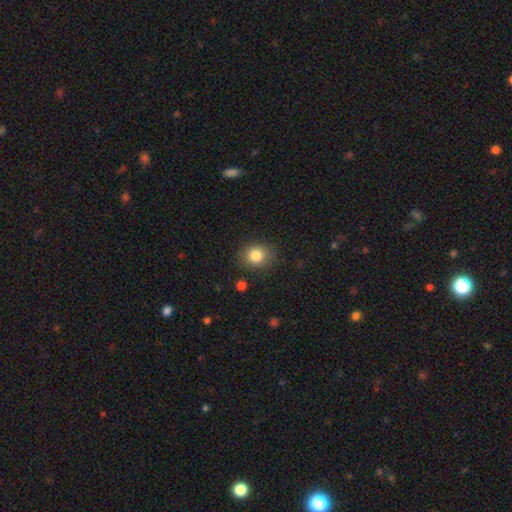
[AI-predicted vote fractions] smooth-or-featured: smooth: 83% | star or artifact: 11% | featured or disk: 7%
  how-rounded: round: 75% | in between: 24% | cigar-shaped: 1%
  merging: none: 85% | minor disturbance: 10% | major disturbance: 3% | merger: 2%